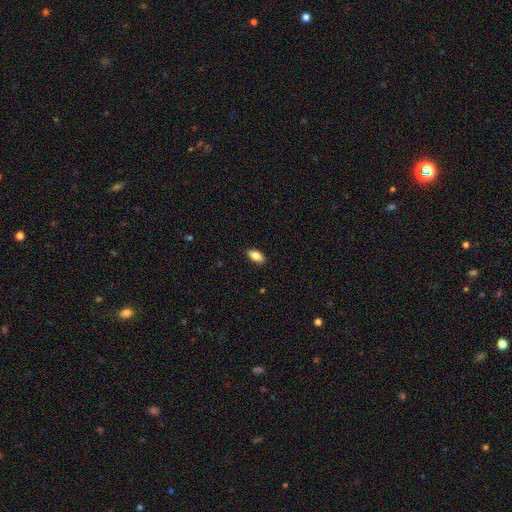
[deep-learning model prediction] Smooth or featured? Predicted: smooth (p=0.80). How rounded? Predicted: in between (p=0.89). Merging? Predicted: none (p=0.87).